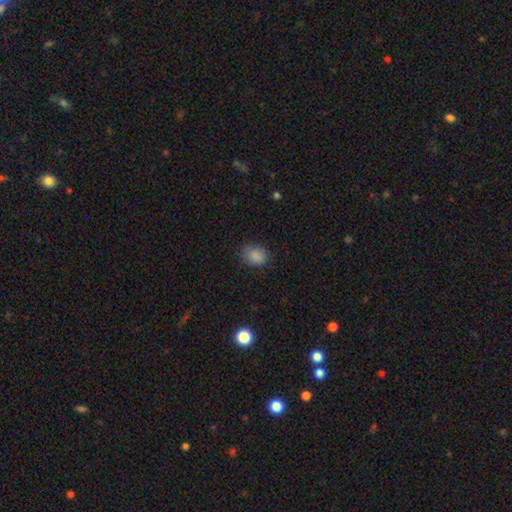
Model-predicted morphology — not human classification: Smooth or featured: smooth — 86% (star or artifact — 10%)
How rounded: round — 52% (in between — 47%)
Merging: none — 82% (minor disturbance — 14%)